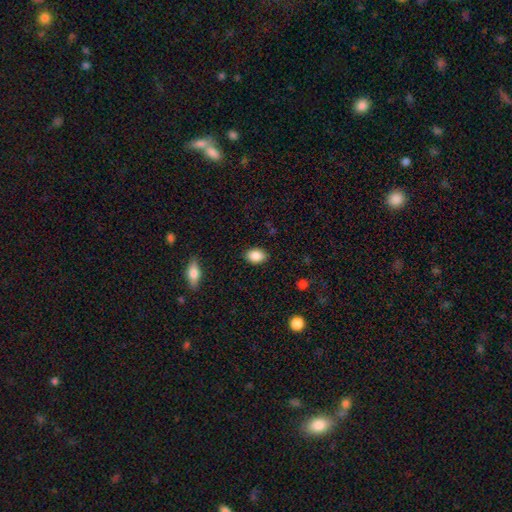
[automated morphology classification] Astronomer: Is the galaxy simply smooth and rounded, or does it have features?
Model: smooth — 88%.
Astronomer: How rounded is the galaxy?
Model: in between — 81%.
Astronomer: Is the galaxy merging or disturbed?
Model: none — 88%.